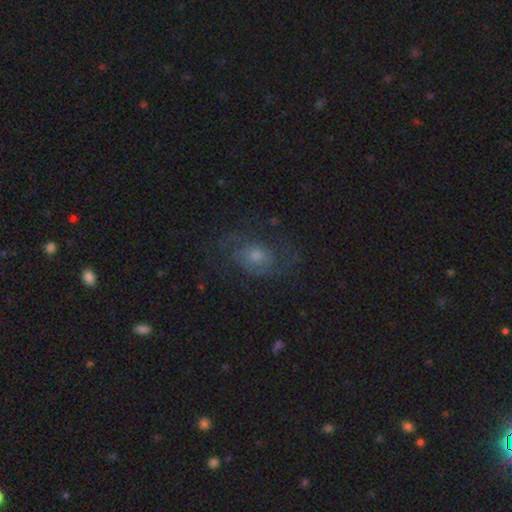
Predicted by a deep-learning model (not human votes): Smooth or featured?
  - featured or disk: 67% *
  - smooth: 18%
  - star or artifact: 15%
Edge-on disk?
  - no: 96% *
  - yes: 4%
Bar?
  - no: 73% *
  - weak: 23%
  - strong: 4%
Spiral arms?
  - yes: 89% *
  - no: 11%
Spiral winding?
  - medium: 49% *
  - tight: 30%
  - loose: 21%
Spiral arm count?
  - 2: 64% *
  - can't tell: 20%
  - 3: 7%
  - 1: 4%
  - 4: 3%
  - more than 4: 3%
Bulge size?
  - moderate: 49% *
  - small: 36%
  - large: 9%
  - none: 4%
  - dominant: 2%
Merging?
  - none: 69% *
  - minor disturbance: 17%
  - major disturbance: 13%
  - merger: 1%